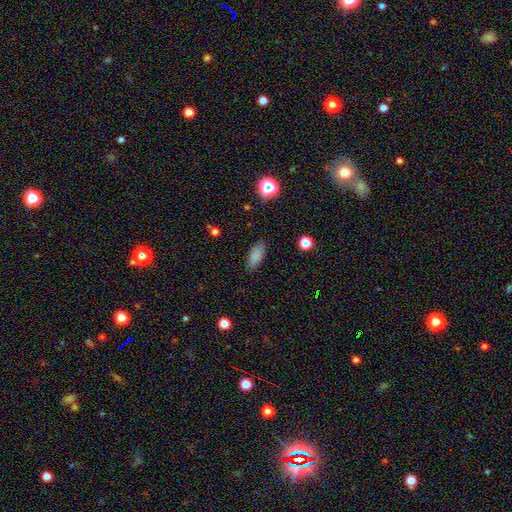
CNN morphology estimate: smooth_or_featured: smooth (p=0.85) [alt: star or artifact p=0.10]
how_rounded: in between (p=0.81) [alt: cigar-shaped p=0.16]
merging: none (p=0.86) [alt: minor disturbance p=0.10]